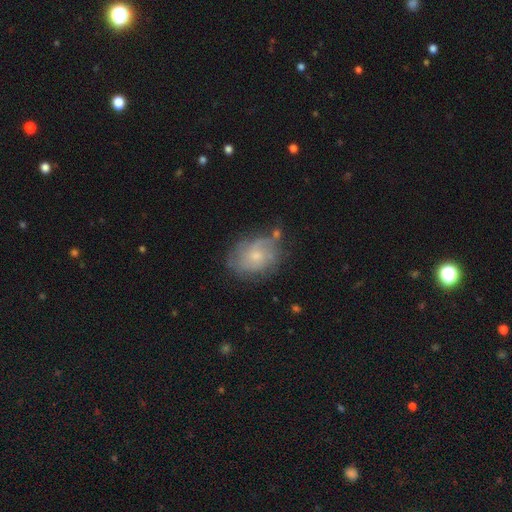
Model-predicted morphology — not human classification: Smooth or featured?
  - featured or disk: 52% *
  - smooth: 40%
  - star or artifact: 8%
Edge-on disk?
  - no: 97% *
  - yes: 3%
Bar?
  - no: 79% *
  - weak: 19%
  - strong: 2%
Spiral arms?
  - yes: 68% *
  - no: 32%
Bulge size?
  - small: 54% *
  - moderate: 39%
  - none: 4%
  - large: 2%
  - dominant: 1%
Merging?
  - none: 58% *
  - minor disturbance: 26%
  - major disturbance: 11%
  - merger: 5%